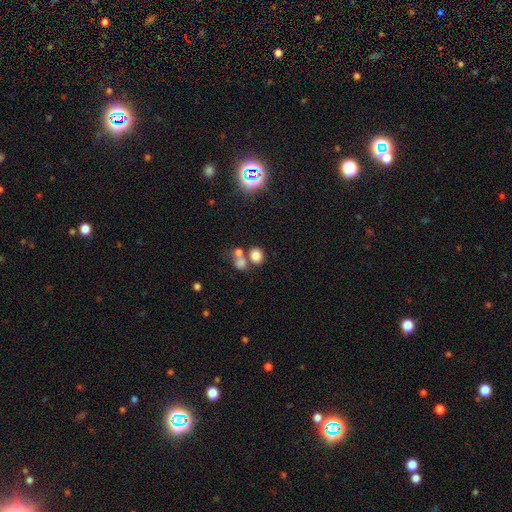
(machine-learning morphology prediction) Smooth or featured? smooth (76%)
How rounded? round (62%)
Merging? none (47%)